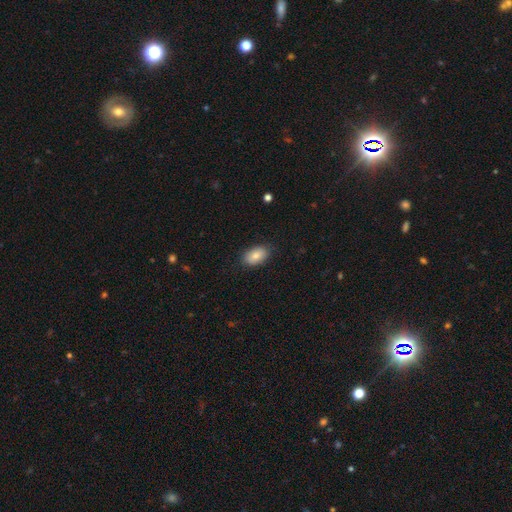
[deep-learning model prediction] smooth 84%, featured or disk 9%, star or artifact 7%. Down the decision tree: how rounded — in between (91%); merging — none (85%).